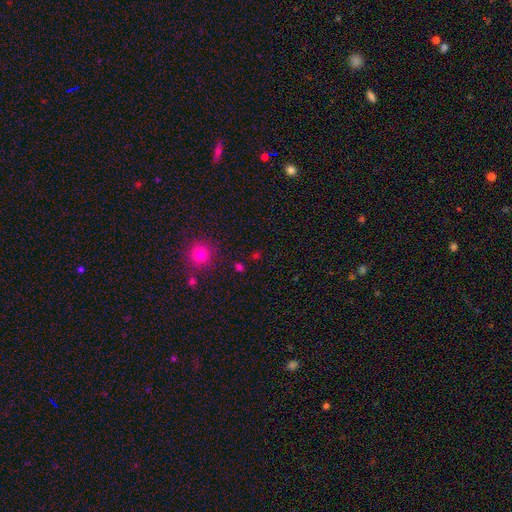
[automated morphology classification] Overall: smooth (58%; star or artifact 36%). How rounded: round (73%). Merging: none (79%).